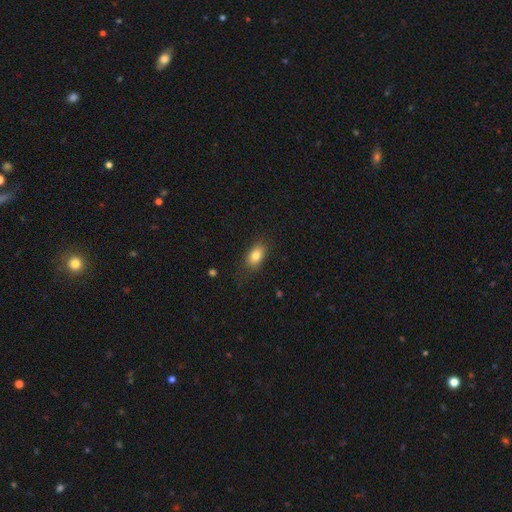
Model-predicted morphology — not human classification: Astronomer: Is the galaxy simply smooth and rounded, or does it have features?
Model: smooth — 83%.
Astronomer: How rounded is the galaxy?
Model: in between — 86%.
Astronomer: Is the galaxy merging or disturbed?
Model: none — 81%.